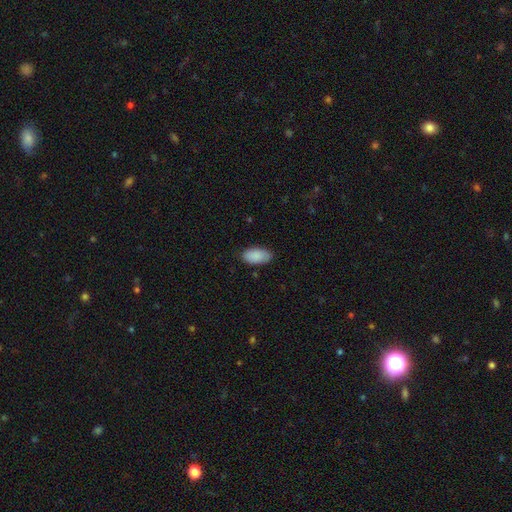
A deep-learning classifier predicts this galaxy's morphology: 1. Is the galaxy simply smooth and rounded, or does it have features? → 89% smooth, 6% star or artifact, 5% featured or disk.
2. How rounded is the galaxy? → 95% in between, 3% cigar-shaped, 3% round.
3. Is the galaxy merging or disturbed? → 82% none, 15% minor disturbance, 3% major disturbance, 1% merger.